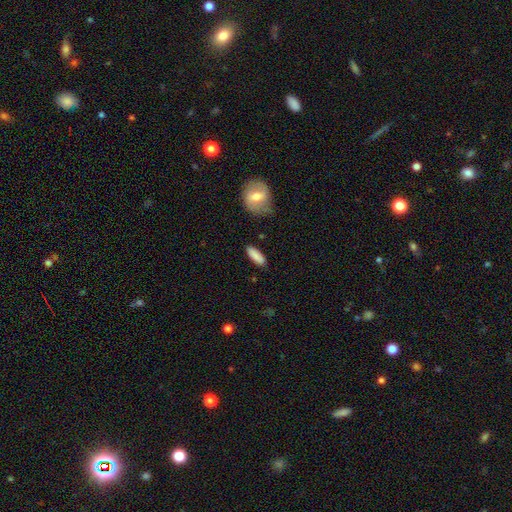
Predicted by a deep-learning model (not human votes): Morphology: type=smooth (87%); roundness=in between (57%); merging=none (83%).